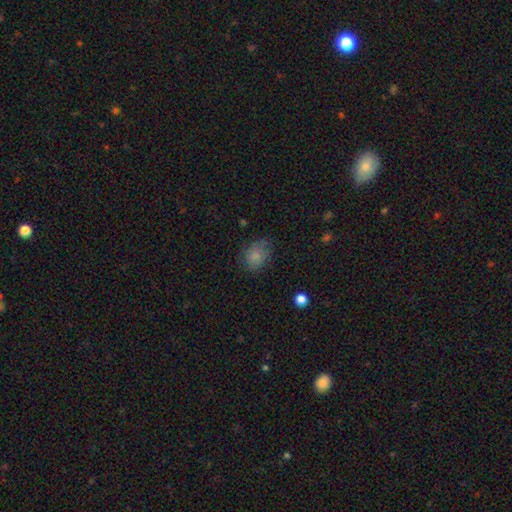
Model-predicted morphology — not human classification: Smooth or featured? smooth (81%)
How rounded? in between (55%)
Merging? none (69%)